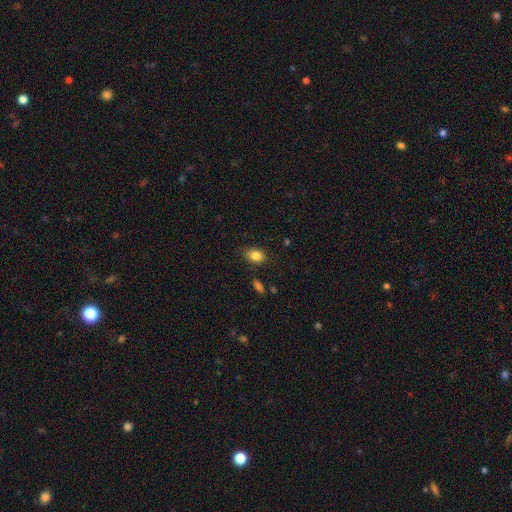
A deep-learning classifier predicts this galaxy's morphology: Q: Smooth or featured?
A: smooth (84%); runner-up: star or artifact (9%)
Q: How rounded?
A: in between (79%); runner-up: round (20%)
Q: Merging?
A: none (81%); runner-up: minor disturbance (14%)